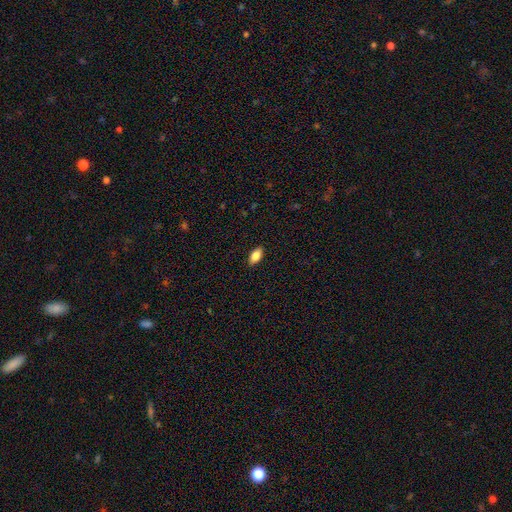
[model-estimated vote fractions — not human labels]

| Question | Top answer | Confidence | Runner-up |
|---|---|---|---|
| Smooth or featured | smooth | 84% | featured or disk (9%) |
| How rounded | in between | 90% | cigar-shaped (7%) |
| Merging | none | 89% | minor disturbance (8%) |